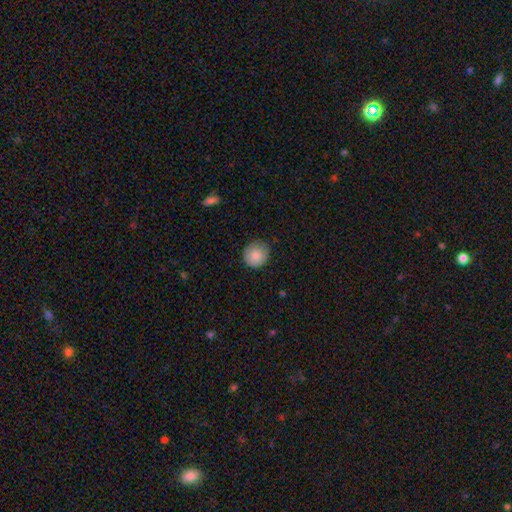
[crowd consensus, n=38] Volunteers were most divided on "merging": none: 69%, minor disturbance: 26%, major disturbance: 6%, merger: 0%. More confident: how rounded — round (91%); smooth or featured — smooth (87%).